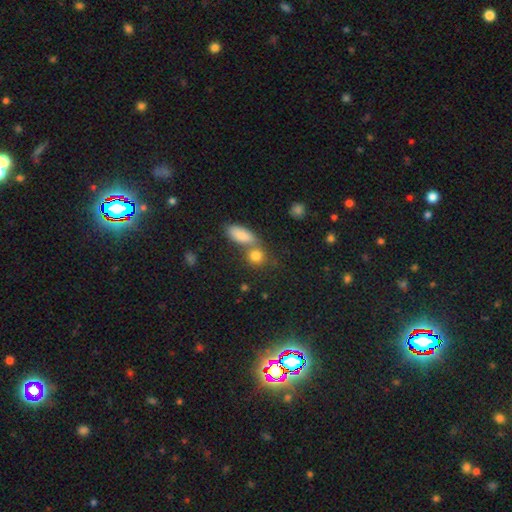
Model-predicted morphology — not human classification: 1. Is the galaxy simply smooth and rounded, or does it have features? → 81% smooth, 11% star or artifact, 8% featured or disk.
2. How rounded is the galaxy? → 63% round, 32% in between, 4% cigar-shaped.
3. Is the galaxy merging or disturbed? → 48% none, 38% merger, 9% minor disturbance, 4% major disturbance.